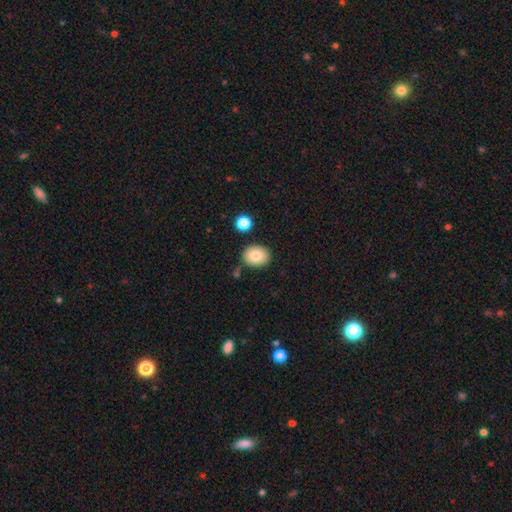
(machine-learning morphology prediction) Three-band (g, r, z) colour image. It shows a smooth galaxy with no disk features (83%) that is in between round and cigar-shaped (50%). Merging: none (80%).